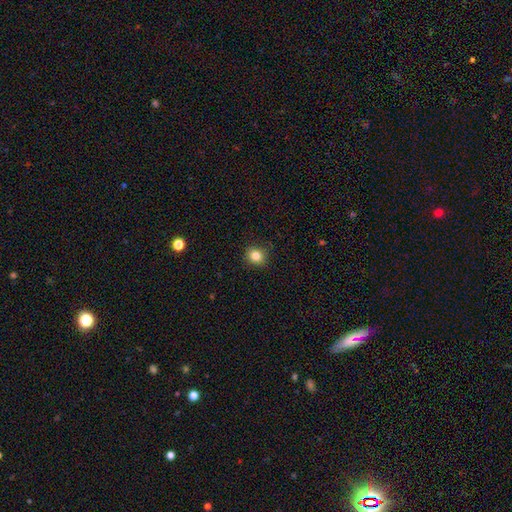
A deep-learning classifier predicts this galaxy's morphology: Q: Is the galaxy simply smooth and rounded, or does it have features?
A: smooth — 83%.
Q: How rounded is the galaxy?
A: round — 83%.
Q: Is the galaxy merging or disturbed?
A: none — 90%.